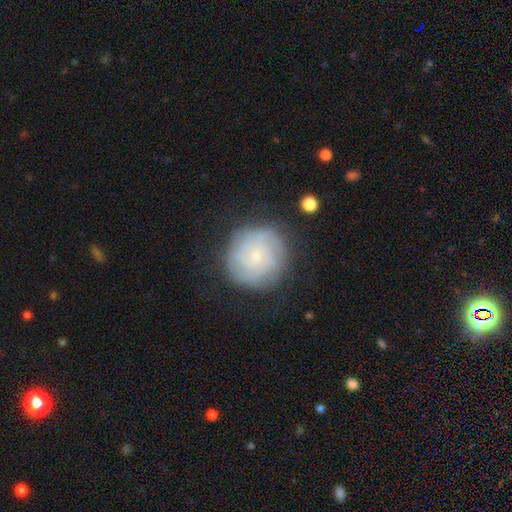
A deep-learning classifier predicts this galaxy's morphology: Smooth or featured?
  - featured or disk: 54% *
  - smooth: 37%
  - star or artifact: 8%
Edge-on disk?
  - no: 98% *
  - yes: 2%
Bar?
  - no: 73% *
  - weak: 24%
  - strong: 3%
Spiral arms?
  - yes: 86% *
  - no: 14%
Bulge size?
  - small: 75% *
  - moderate: 16%
  - none: 6%
  - large: 2%
  - dominant: 1%
Merging?
  - none: 79% *
  - minor disturbance: 14%
  - major disturbance: 6%
  - merger: 1%